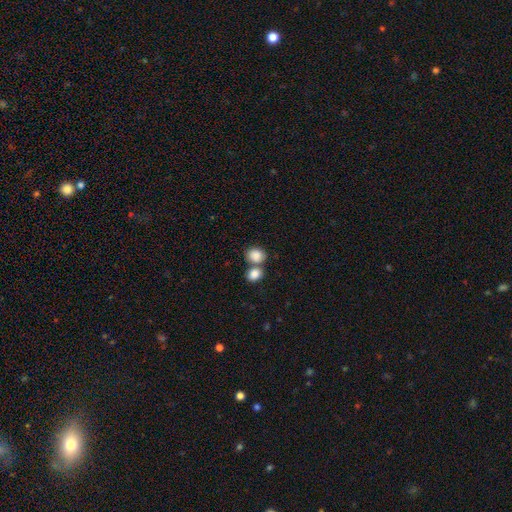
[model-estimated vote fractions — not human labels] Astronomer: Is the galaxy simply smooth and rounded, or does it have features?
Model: smooth — 85%.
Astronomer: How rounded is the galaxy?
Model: round — 57% (runner-up: in between, 42%).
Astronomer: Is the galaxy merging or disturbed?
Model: merger — 46% (runner-up: none, 42%).